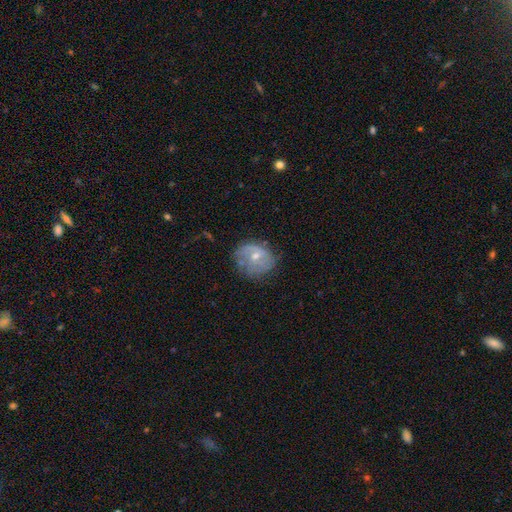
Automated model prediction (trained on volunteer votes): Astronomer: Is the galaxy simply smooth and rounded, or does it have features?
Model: featured or disk — 54% (runner-up: smooth, 36%).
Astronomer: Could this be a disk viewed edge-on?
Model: no — 96%.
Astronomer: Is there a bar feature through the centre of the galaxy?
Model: no — 68%.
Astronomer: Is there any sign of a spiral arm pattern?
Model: yes — 63%.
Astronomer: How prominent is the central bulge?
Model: small — 54% (runner-up: moderate, 43%).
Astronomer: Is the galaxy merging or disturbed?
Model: none — 62%.